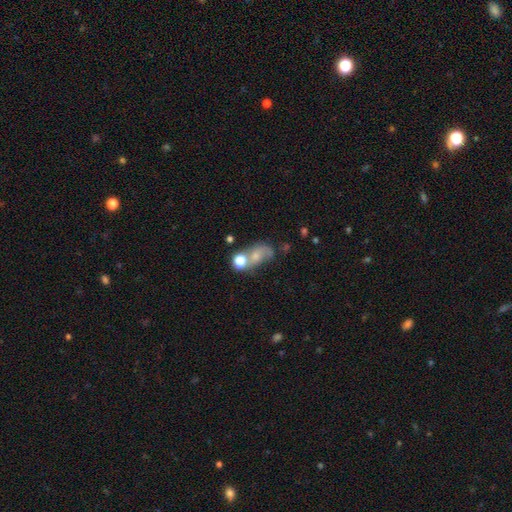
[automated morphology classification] Smooth or featured? smooth (55%)
How rounded? in between (63%)
Merging? merger (37%)